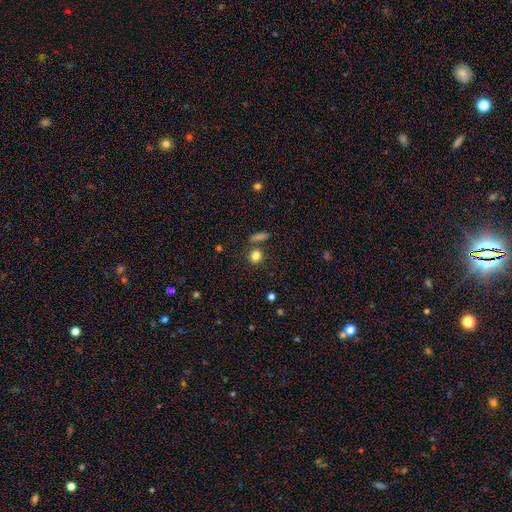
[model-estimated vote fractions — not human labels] This appears to be a smooth galaxy with no disk features (82%) that is round (80%). Merging: none (75%).